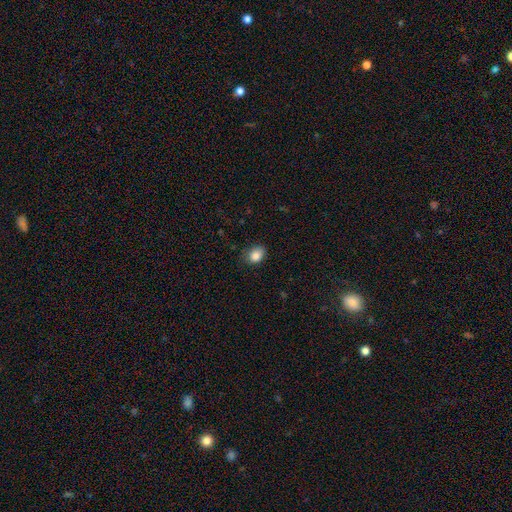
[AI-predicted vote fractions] smooth_or_featured: smooth (p=0.86) [alt: star or artifact p=0.10]
how_rounded: in between (p=0.60) [alt: round p=0.39]
merging: none (p=0.71) [alt: minor disturbance p=0.24]